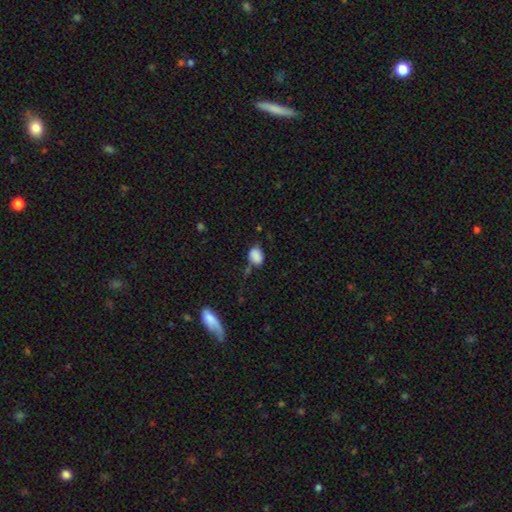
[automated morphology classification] A smooth galaxy with no disk features (85%) that is in between round and cigar-shaped (70%). Merging: none (59%).